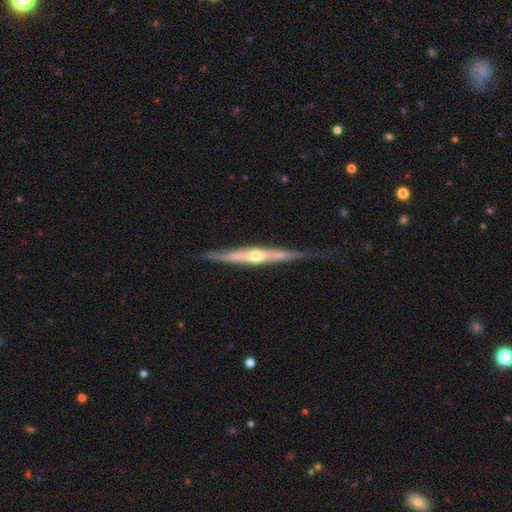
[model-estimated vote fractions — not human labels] Overall: featured or disk (80%). Edge-on disk: yes (96%). Edge-on bulge: rounded (85%). Merging: none (76%).